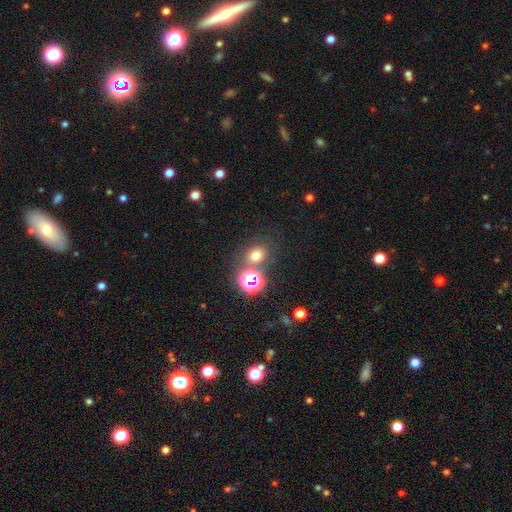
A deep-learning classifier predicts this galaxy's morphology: A smooth galaxy with no disk features (66%) that is round (67%). Merging: none (68%).